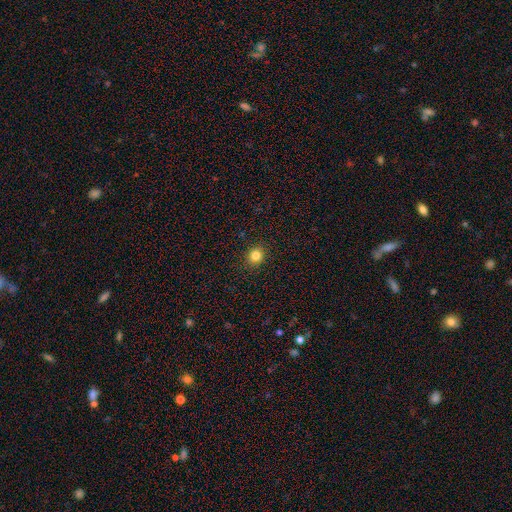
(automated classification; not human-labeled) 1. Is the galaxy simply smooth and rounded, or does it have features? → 83% smooth, 12% star or artifact, 5% featured or disk.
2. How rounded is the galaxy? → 78% round, 21% in between, 1% cigar-shaped.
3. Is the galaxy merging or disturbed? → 91% none, 6% minor disturbance, 2% major disturbance, 1% merger.